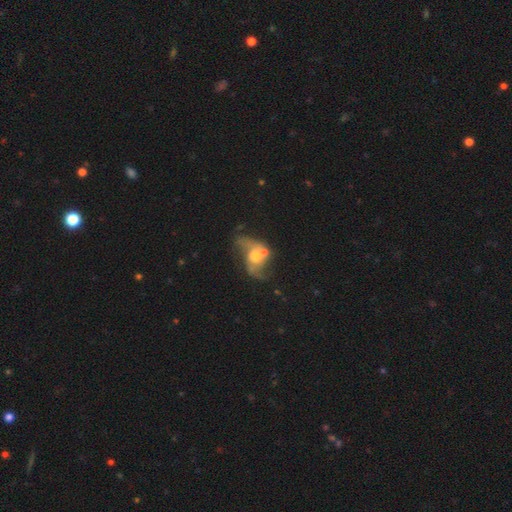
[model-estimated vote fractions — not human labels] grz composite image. It shows a featured or disk galaxy (73%) with no bar (66%), 2 (87%) loose (70%) spiral arms (84%) and a moderate central bulge (59%). Merging: none (38%).